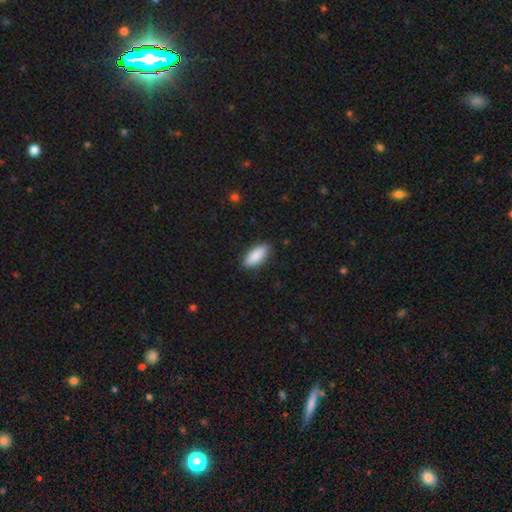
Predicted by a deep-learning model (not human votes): smooth-or-featured: smooth: 87% | featured or disk: 7% | star or artifact: 6%
  how-rounded: in between: 77% | cigar-shaped: 21% | round: 2%
  merging: none: 87% | minor disturbance: 10% | major disturbance: 2% | merger: 1%